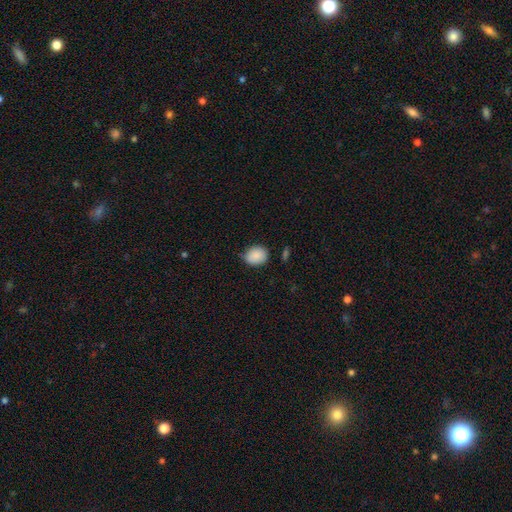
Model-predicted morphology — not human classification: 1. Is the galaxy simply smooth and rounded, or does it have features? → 88% smooth, 8% star or artifact, 4% featured or disk.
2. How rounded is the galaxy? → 65% round, 34% in between, 1% cigar-shaped.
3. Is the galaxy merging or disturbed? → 73% none, 21% minor disturbance, 4% major disturbance, 2% merger.